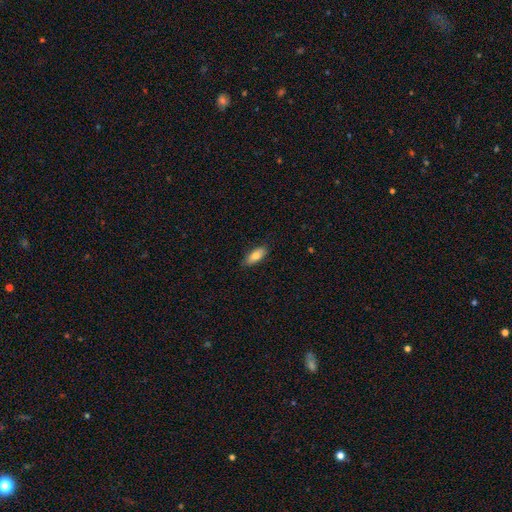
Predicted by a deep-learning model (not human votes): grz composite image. It shows a smooth galaxy with no disk features (76%) that is in between round and cigar-shaped (76%). Merging: none (84%).